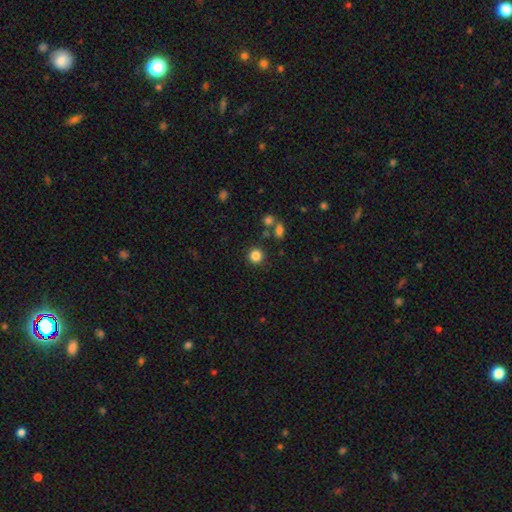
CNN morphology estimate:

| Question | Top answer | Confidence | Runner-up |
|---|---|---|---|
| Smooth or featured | smooth | 84% | star or artifact (11%) |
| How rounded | round | 92% | in between (7%) |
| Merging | none | 86% | minor disturbance (7%) |